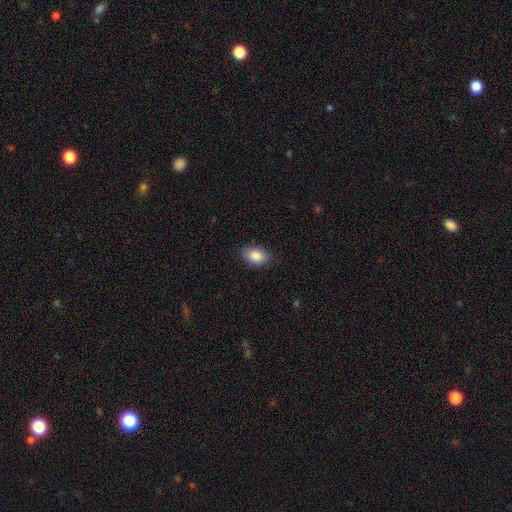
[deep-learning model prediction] Morphology: type=smooth (87%); roundness=in between (86%); merging=none (85%).